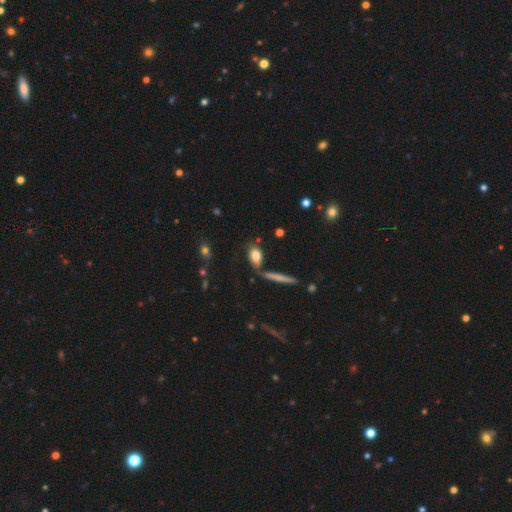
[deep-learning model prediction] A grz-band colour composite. It shows a smooth galaxy with no disk features (80%) that is in between round and cigar-shaped (76%). Merging: none (64%).